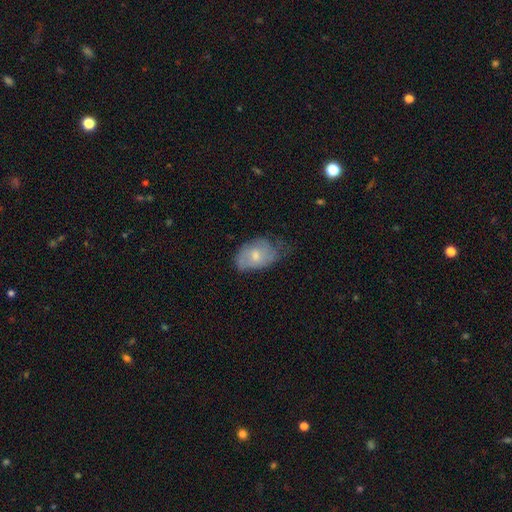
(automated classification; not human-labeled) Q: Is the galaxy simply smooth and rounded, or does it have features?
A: smooth — 54%.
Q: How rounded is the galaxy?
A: in between — 83%.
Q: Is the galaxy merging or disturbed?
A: minor disturbance — 41%.